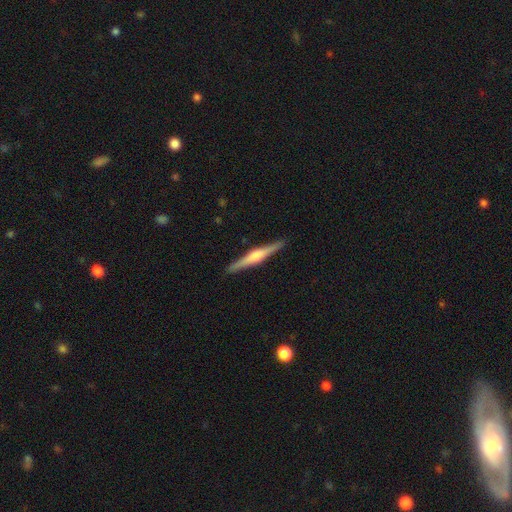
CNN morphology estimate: A featured or disk galaxy (72%) viewed edge-on (98%) with a rounded central bulge (71%).

Vote fractions:
- Smooth or featured? featured or disk: 72% / smooth: 22% / star or artifact: 5%
- Edge-on disk? yes: 98% / no: 2%
- Edge-on bulge? rounded: 71% / boxy: 20% / none: 9%
- Merging? none: 92% / minor disturbance: 6% / major disturbance: 1% / merger: 1%